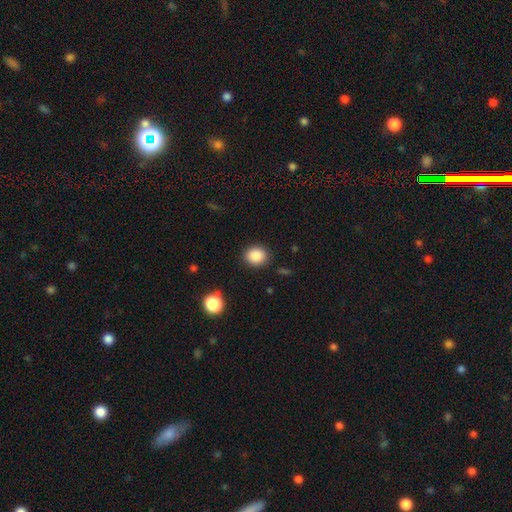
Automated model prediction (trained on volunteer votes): A smooth galaxy with no disk features (87%) that is round (75%). Merging: none (88%).